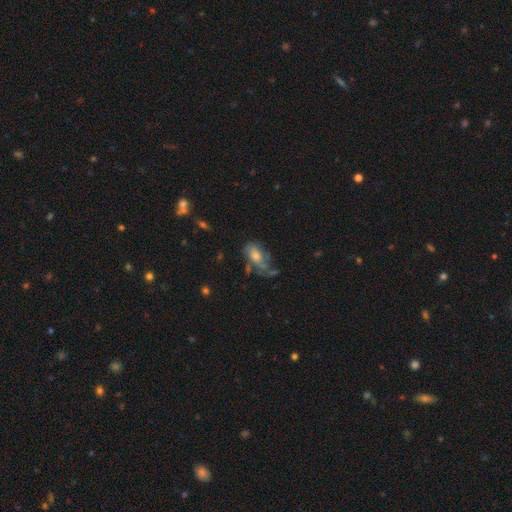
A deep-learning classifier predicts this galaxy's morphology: type=featured or disk (50%); merging=none (39%).